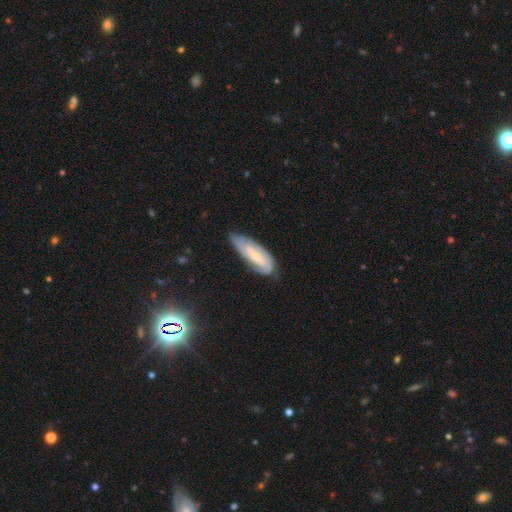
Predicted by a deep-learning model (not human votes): Smooth or featured?
  - featured or disk: 70% *
  - smooth: 23%
  - star or artifact: 7%
Edge-on disk?
  - no: 89% *
  - yes: 11%
Bar?
  - no: 45% *
  - weak: 38%
  - strong: 18%
Spiral arms?
  - yes: 90% *
  - no: 10%
Spiral winding?
  - tight: 55% *
  - medium: 34%
  - loose: 11%
Spiral arm count?
  - 2: 46% *
  - can't tell: 33%
  - 3: 11%
  - 1: 5%
  - 4: 3%
  - more than 4: 2%
Bulge size?
  - small: 65% *
  - moderate: 29%
  - none: 4%
  - large: 1%
  - dominant: 1%
Merging?
  - none: 64% *
  - minor disturbance: 27%
  - major disturbance: 7%
  - merger: 2%